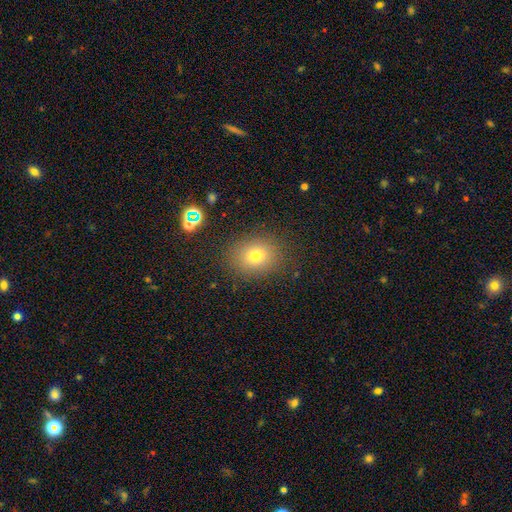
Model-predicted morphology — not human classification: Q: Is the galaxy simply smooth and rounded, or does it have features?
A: smooth — 74%.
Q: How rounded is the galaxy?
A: in between — 51%.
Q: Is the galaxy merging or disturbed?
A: none — 84%.